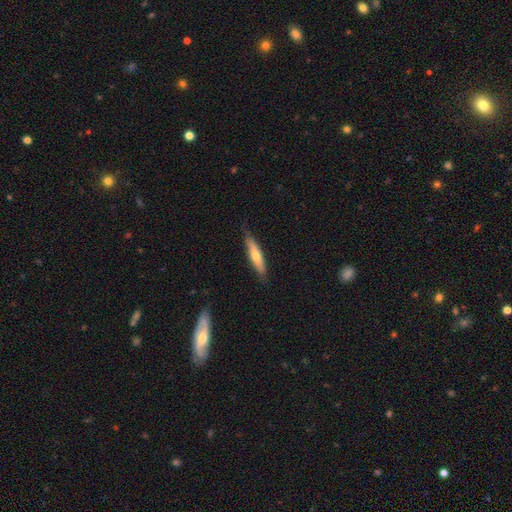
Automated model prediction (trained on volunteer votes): smooth 59%, featured or disk 35%, star or artifact 6%. Down the decision tree: how rounded — cigar-shaped (83%); merging — none (79%).